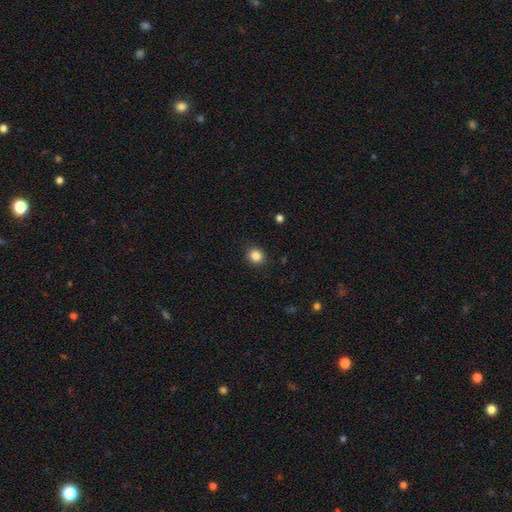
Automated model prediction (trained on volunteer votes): smooth-or-featured: smooth: 86% | star or artifact: 10% | featured or disk: 3%
  how-rounded: round: 74% | in between: 25% | cigar-shaped: 1%
  merging: none: 89% | minor disturbance: 7% | major disturbance: 2% | merger: 1%